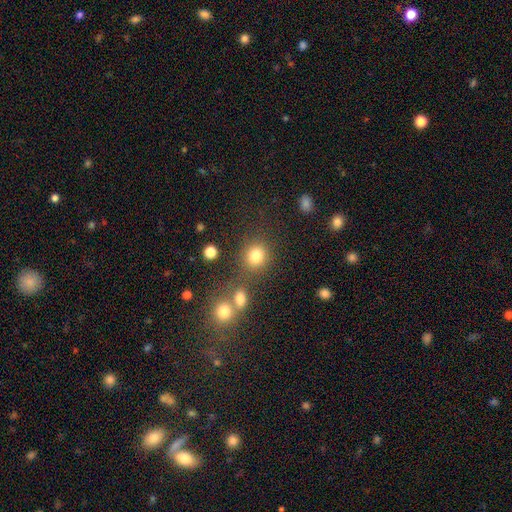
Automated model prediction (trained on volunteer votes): smooth 81%, star or artifact 13%, featured or disk 6%. Down the decision tree: how rounded — round (81%); merging — none (73%).